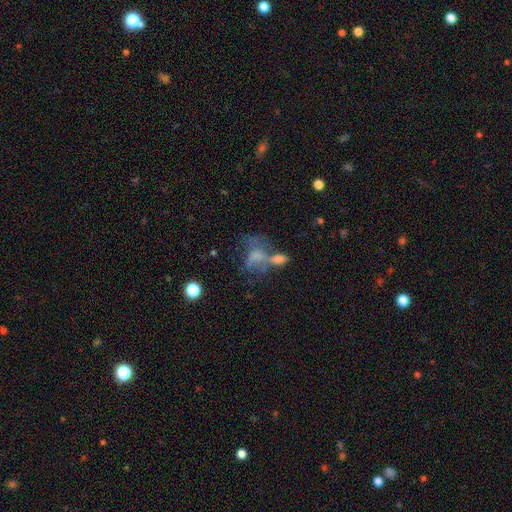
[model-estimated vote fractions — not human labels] Smooth or featured? Predicted: smooth (p=0.50). How rounded? Predicted: in between (p=0.73). Merging? Predicted: merger (p=0.43).